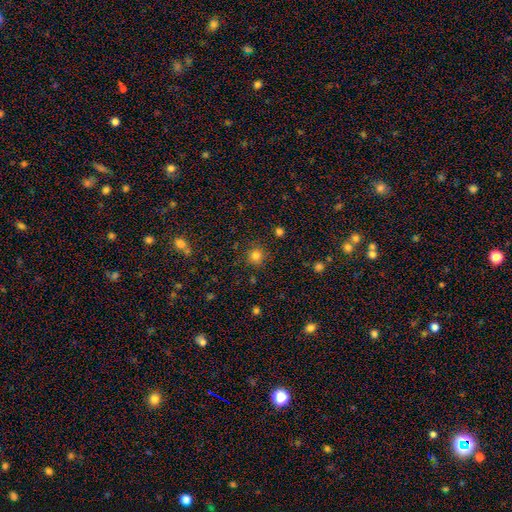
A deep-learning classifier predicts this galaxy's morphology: Q: Smooth or featured?
A: smooth (80%); runner-up: star or artifact (15%)
Q: How rounded?
A: round (93%); runner-up: in between (6%)
Q: Merging?
A: none (87%); runner-up: minor disturbance (8%)